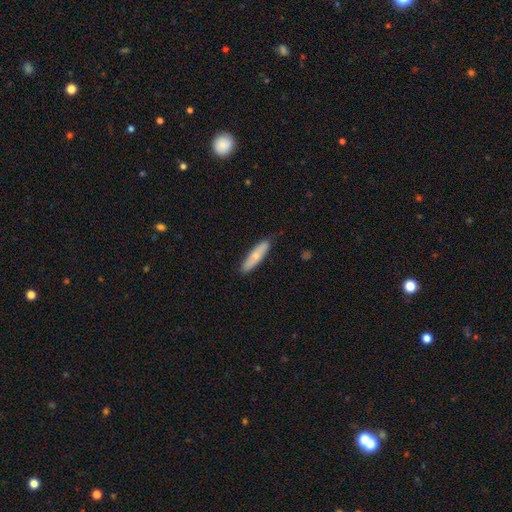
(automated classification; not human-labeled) Overall: smooth (67%). How rounded: cigar-shaped (72%). Merging: none (85%).